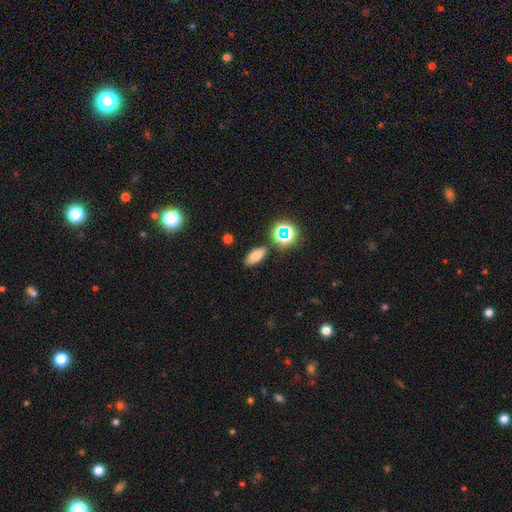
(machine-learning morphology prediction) Smooth or featured? Predicted: smooth (p=0.70). How rounded? Predicted: in between (p=0.82). Merging? Predicted: none (p=0.85).